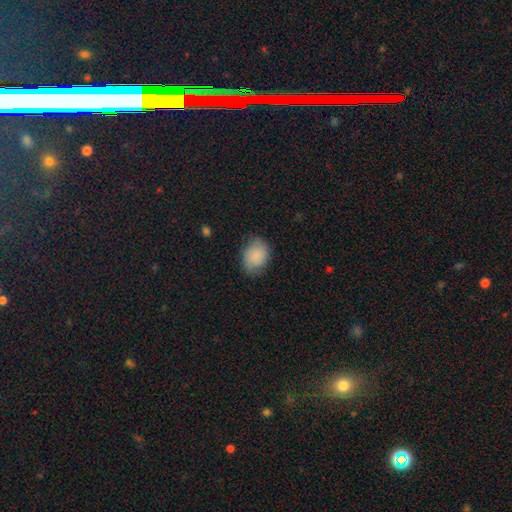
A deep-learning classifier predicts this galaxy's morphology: Overall: smooth (82%). How rounded: in between (59%; round 41%). Merging: none (74%).